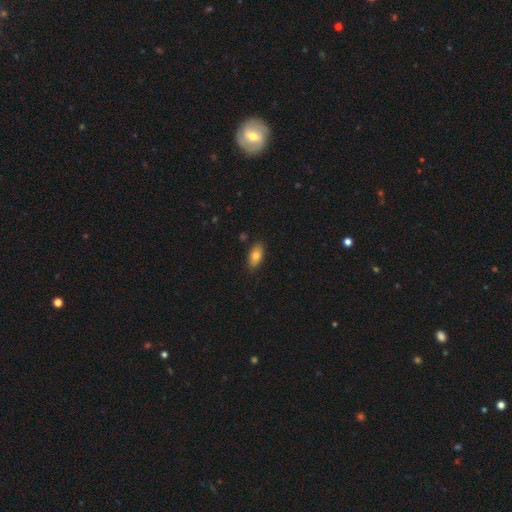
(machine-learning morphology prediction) Overall: smooth (79%). How rounded: in between (90%). Merging: none (86%).